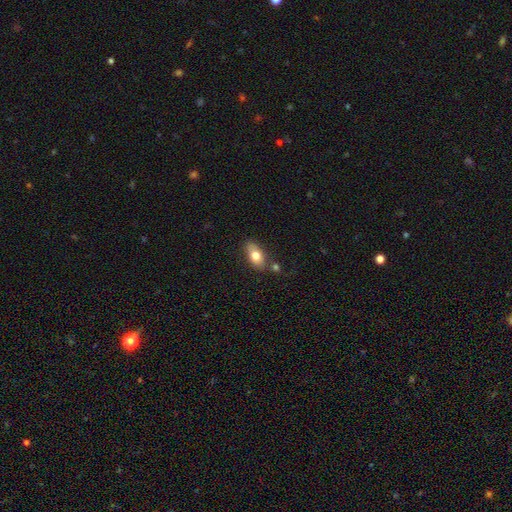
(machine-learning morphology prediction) Q: Smooth or featured?
A: smooth (76%); runner-up: featured or disk (16%)
Q: How rounded?
A: in between (86%); runner-up: round (7%)
Q: Merging?
A: none (69%); runner-up: minor disturbance (16%)